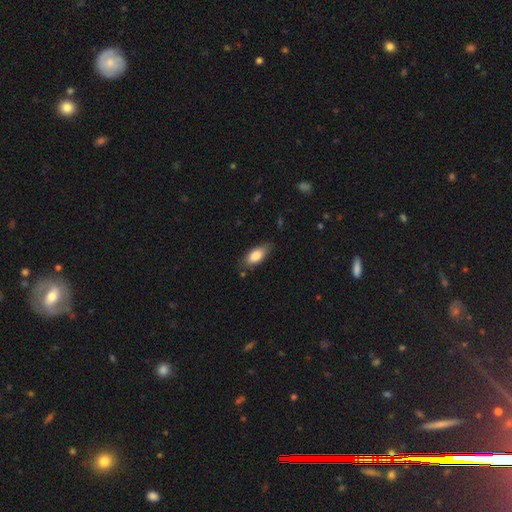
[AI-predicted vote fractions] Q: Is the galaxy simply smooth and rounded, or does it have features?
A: smooth — 82%.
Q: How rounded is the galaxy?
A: in between — 87%.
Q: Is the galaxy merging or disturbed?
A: none — 78%.